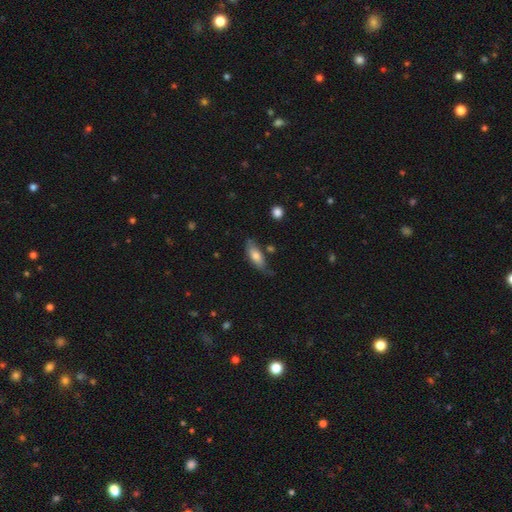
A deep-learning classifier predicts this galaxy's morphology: type=smooth (72%); roundness=in between (71%); merging=none (67%).